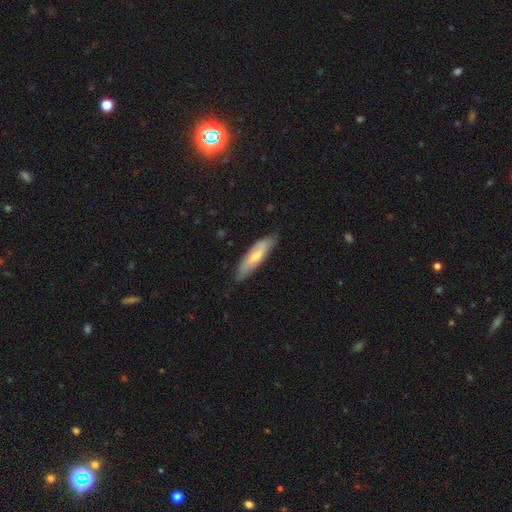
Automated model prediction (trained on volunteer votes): smooth_or_featured: smooth (p=0.53) [alt: featured or disk p=0.41]
how_rounded: cigar-shaped (p=0.64) [alt: in between p=0.34]
merging: none (p=0.77) [alt: minor disturbance p=0.19]